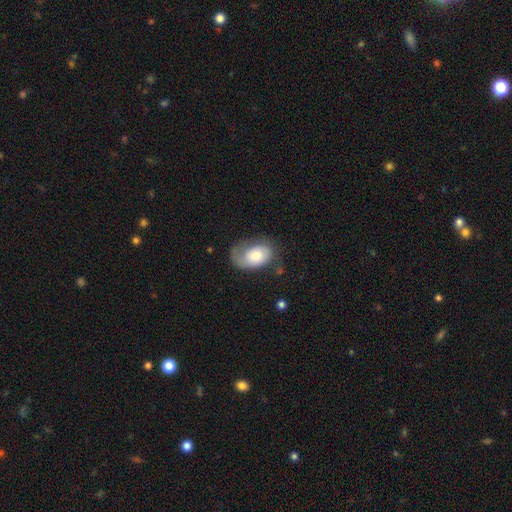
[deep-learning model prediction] smooth-or-featured: smooth: 63% | featured or disk: 31% | star or artifact: 6%
  how-rounded: in between: 86% | round: 12% | cigar-shaped: 1%
  merging: none: 42% | minor disturbance: 31% | major disturbance: 24% | merger: 3%